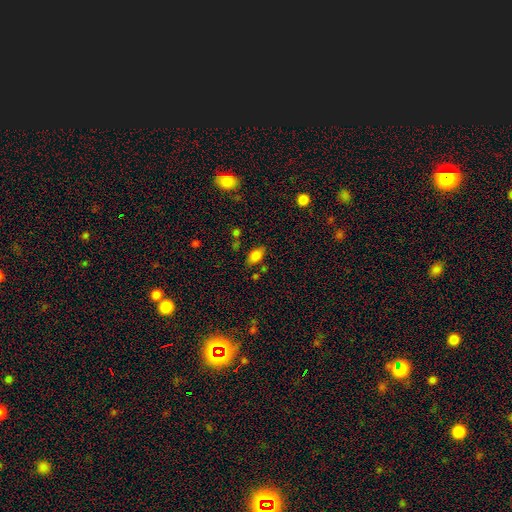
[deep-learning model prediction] Morphology: type=smooth (82%); roundness=in between (90%); merging=none (77%).